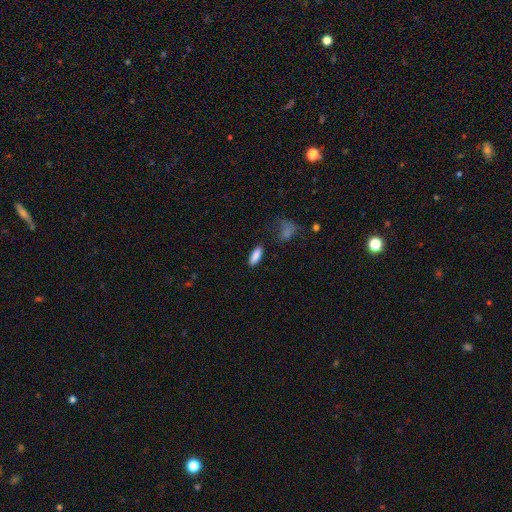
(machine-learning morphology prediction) Smooth or featured: smooth — 88% (star or artifact — 7%)
How rounded: in between — 61% (cigar-shaped — 37%)
Merging: none — 83% (minor disturbance — 11%)